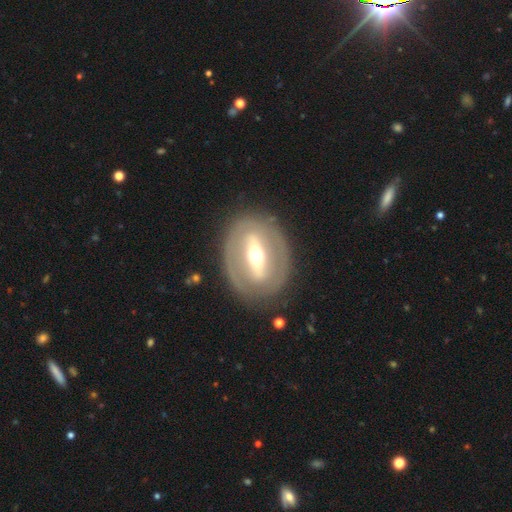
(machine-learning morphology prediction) Smooth or featured: featured or disk — 74% (smooth — 20%)
Edge-on disk: no — 86% (yes — 14%)
Bar: strong — 71% (weak — 19%)
Spiral arms: no — 67% (yes — 33%)
Bulge size: moderate — 63% (small — 26%)
Merging: none — 82% (minor disturbance — 11%)